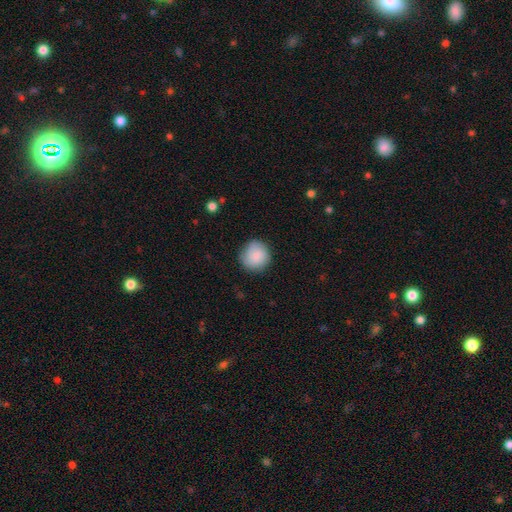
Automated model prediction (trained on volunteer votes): smooth-or-featured: smooth: 83% | featured or disk: 11% | star or artifact: 6%
  how-rounded: round: 90% | in between: 9% | cigar-shaped: 1%
  merging: none: 82% | minor disturbance: 13% | major disturbance: 3% | merger: 1%